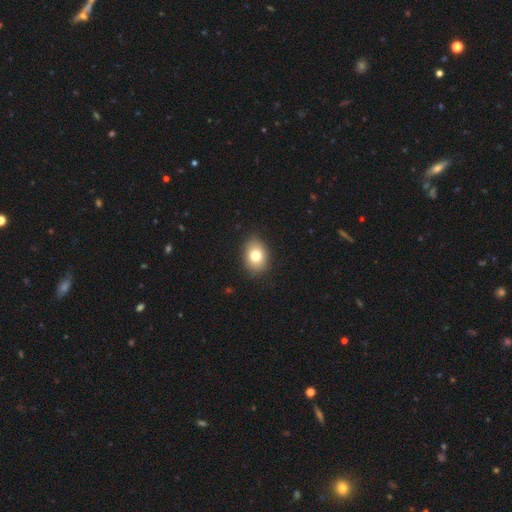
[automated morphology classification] Smooth or featured? Predicted: smooth (p=0.79). How rounded? Predicted: in between (p=0.70). Merging? Predicted: none (p=0.86).